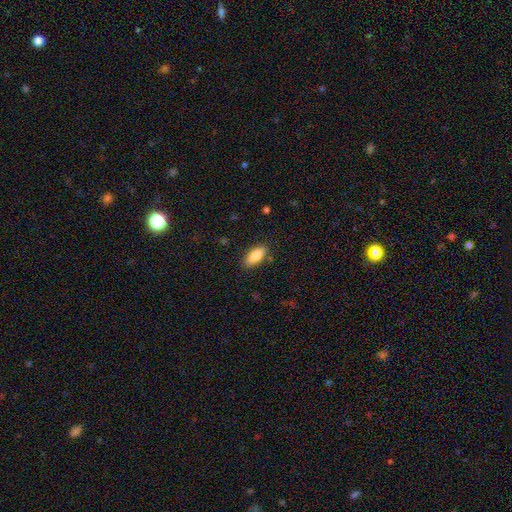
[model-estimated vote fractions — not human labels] Overall: smooth (83%). How rounded: in between (83%). Merging: none (85%).